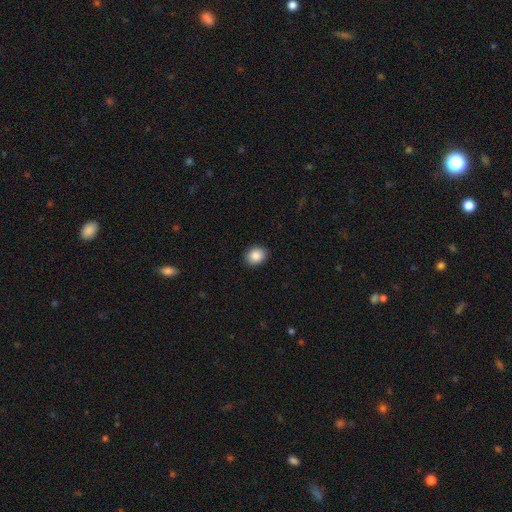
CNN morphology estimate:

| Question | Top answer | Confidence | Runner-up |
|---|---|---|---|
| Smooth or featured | smooth | 88% | star or artifact (8%) |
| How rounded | round | 53% | in between (46%) |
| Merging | none | 90% | minor disturbance (7%) |